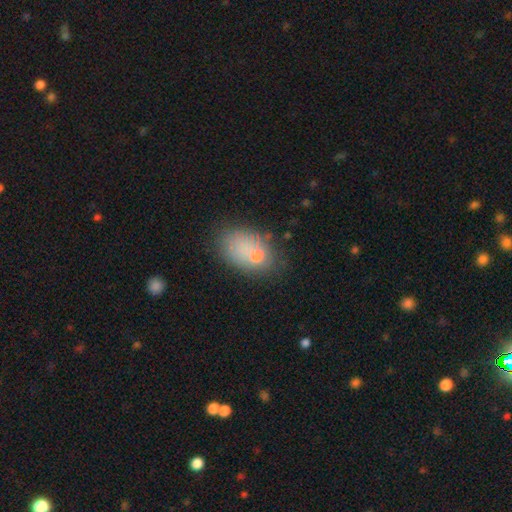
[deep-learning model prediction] A smooth galaxy with no disk features (67%) that is in between round and cigar-shaped (79%). Merging: none (55%).